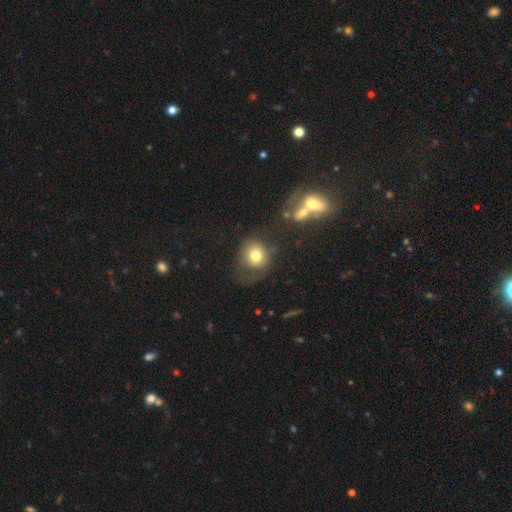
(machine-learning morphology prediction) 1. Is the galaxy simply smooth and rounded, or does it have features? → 74% smooth, 15% featured or disk, 11% star or artifact.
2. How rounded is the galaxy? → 76% round, 23% in between, 1% cigar-shaped.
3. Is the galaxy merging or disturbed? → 48% none, 23% major disturbance, 22% minor disturbance, 8% merger.